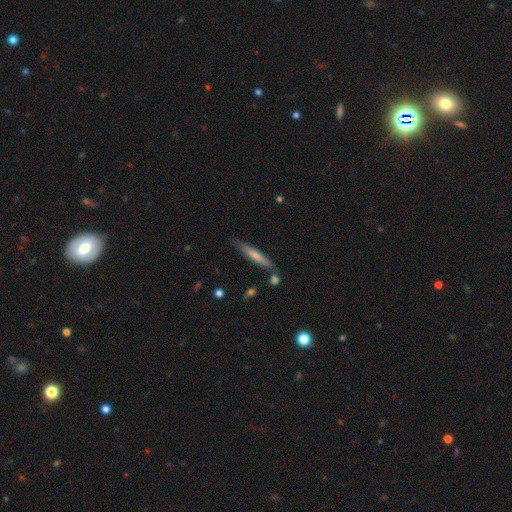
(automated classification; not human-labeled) Q: Smooth or featured?
A: smooth (57%); runner-up: featured or disk (37%)
Q: How rounded?
A: cigar-shaped (92%); runner-up: in between (7%)
Q: Merging?
A: none (79%); runner-up: minor disturbance (14%)